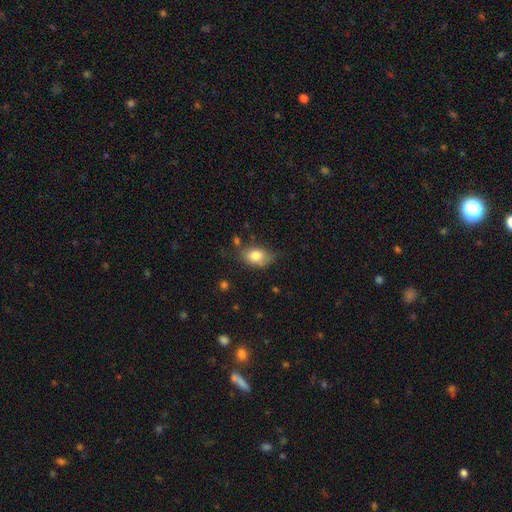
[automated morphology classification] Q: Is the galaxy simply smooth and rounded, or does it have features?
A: smooth — 79%.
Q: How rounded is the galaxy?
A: in between — 81%.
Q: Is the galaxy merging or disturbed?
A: none — 56%.